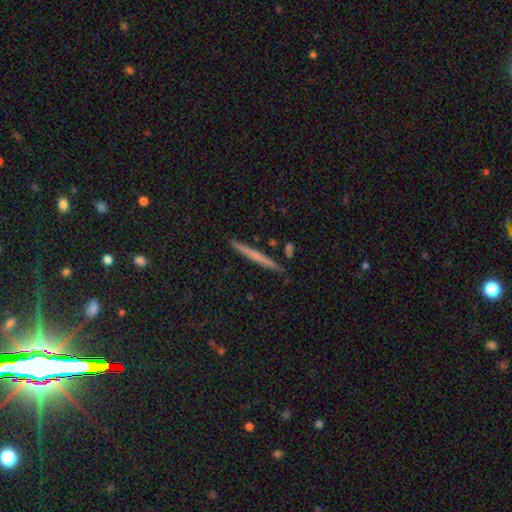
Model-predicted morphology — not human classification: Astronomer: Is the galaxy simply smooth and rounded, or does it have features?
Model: smooth — 52% (runner-up: featured or disk, 40%).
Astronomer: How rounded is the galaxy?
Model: cigar-shaped — 96%.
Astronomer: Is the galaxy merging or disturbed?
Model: none — 90%.